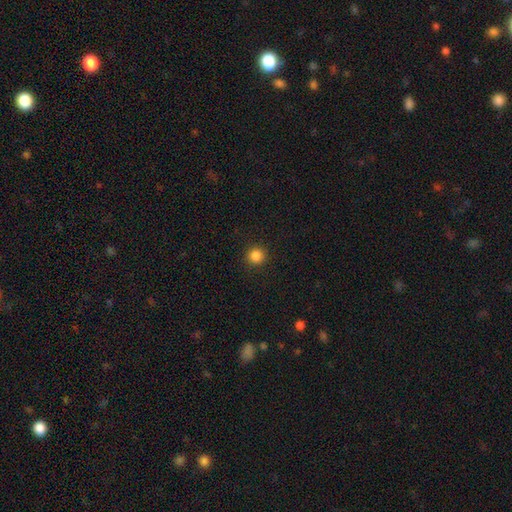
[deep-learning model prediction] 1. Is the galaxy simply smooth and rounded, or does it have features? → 85% smooth, 12% star or artifact, 3% featured or disk.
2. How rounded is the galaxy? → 94% round, 5% in between, 1% cigar-shaped.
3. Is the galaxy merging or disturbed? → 92% none, 5% minor disturbance, 2% major disturbance, 1% merger.